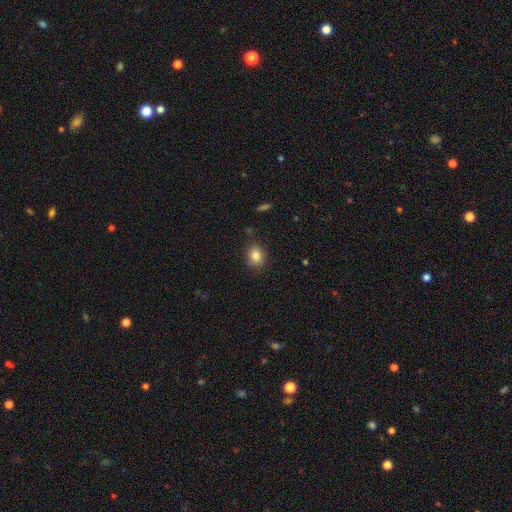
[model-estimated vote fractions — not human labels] Smooth or featured? Predicted: smooth (p=0.84). How rounded? Predicted: round (p=0.54). Merging? Predicted: none (p=0.81).